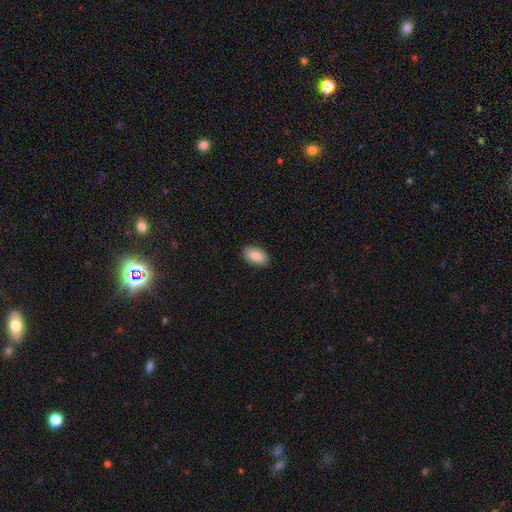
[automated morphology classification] A smooth galaxy with no disk features (88%) that is in between round and cigar-shaped (94%).

Vote fractions:
- Smooth or featured? smooth: 88% / star or artifact: 6% / featured or disk: 6%
- How rounded? in between: 94% / round: 4% / cigar-shaped: 2%
- Merging? none: 88% / minor disturbance: 9% / major disturbance: 2% / merger: 1%